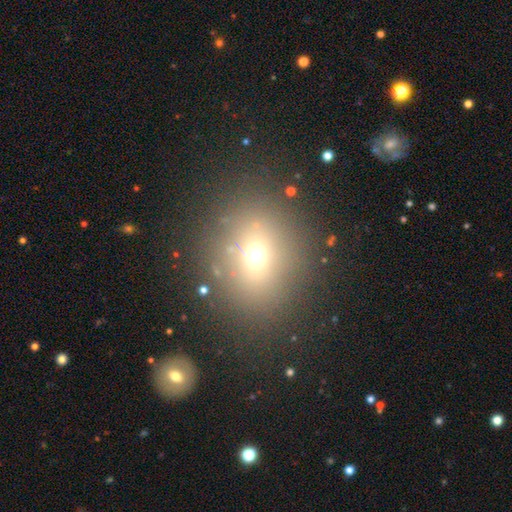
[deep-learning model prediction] Smooth or featured?
  - smooth: 63% *
  - star or artifact: 22%
  - featured or disk: 15%
How rounded?
  - round: 63% *
  - in between: 36%
  - cigar-shaped: 2%
Merging?
  - none: 81% *
  - minor disturbance: 10%
  - major disturbance: 5%
  - merger: 4%